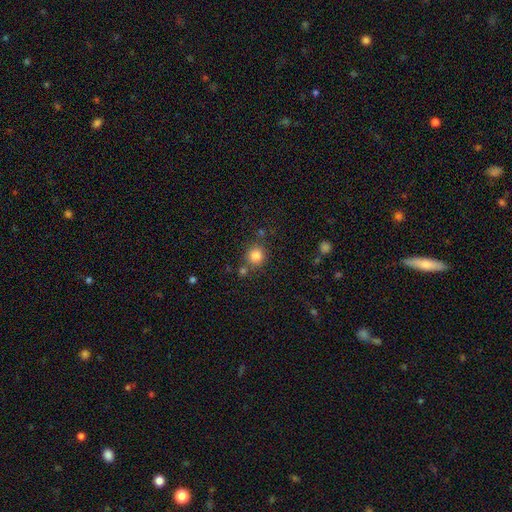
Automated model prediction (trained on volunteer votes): Overall: smooth (83%). How rounded: round (90%). Merging: none (78%).